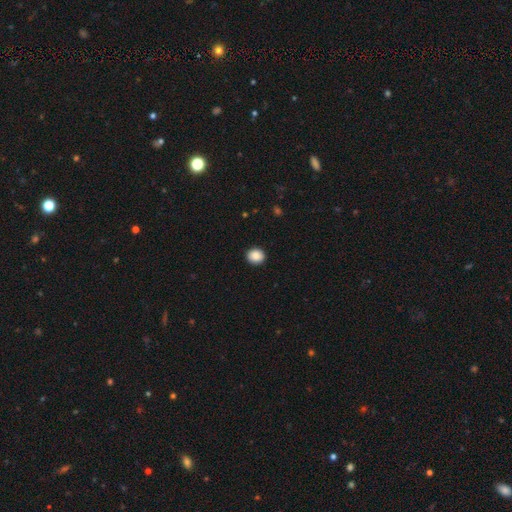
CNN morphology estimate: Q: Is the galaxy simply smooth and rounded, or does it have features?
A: smooth — 88%.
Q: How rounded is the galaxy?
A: round — 78%.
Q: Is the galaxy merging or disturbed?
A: none — 92%.